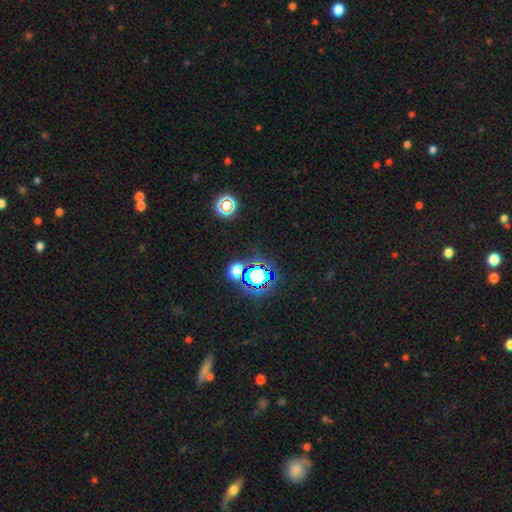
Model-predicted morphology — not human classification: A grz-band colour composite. It shows a star or artifact, not a galaxy (78%).